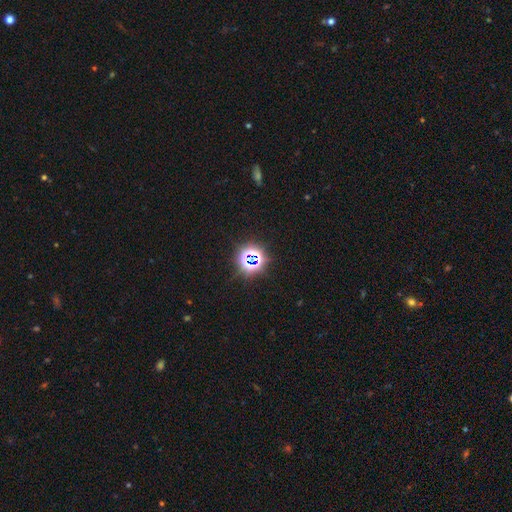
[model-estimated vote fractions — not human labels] Smooth or featured: star or artifact — 76% (smooth — 16%)